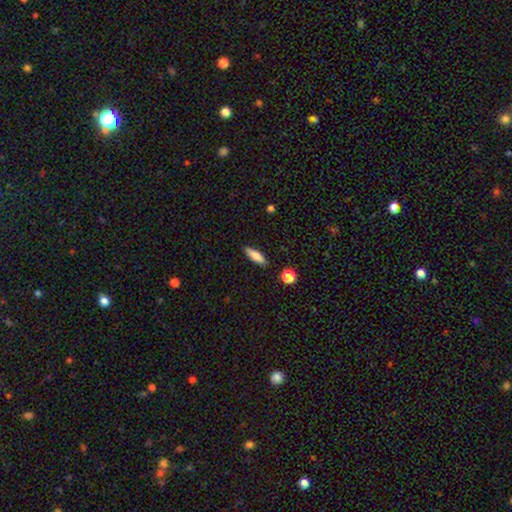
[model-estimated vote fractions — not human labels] This is likely a smooth galaxy (76%). How rounded: possibly cigar-shaped (51%). Merging: clearly none (87%).